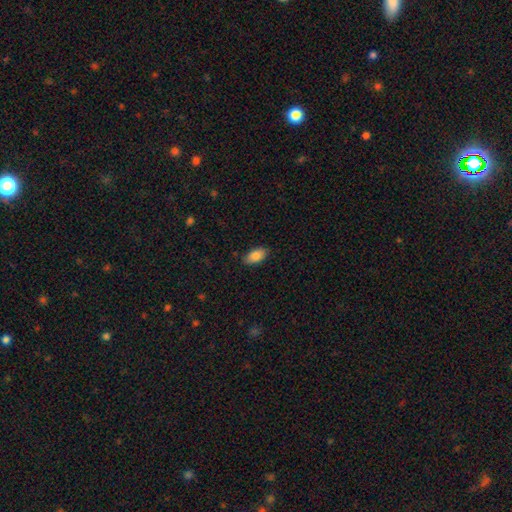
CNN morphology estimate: smooth 84%, featured or disk 9%, star or artifact 7%. Down the decision tree: how rounded — in between (92%); merging — none (86%).